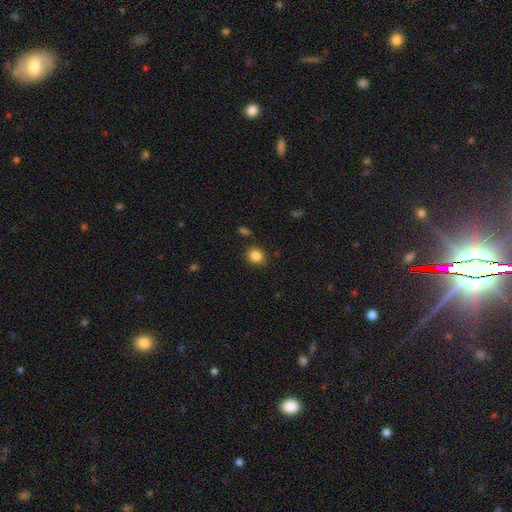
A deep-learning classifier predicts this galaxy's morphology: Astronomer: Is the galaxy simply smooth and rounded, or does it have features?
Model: smooth — 85%.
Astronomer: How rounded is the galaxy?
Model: round — 75%.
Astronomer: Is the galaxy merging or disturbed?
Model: none — 86%.